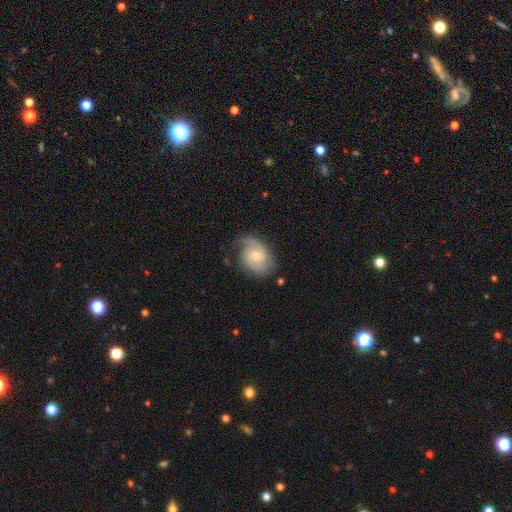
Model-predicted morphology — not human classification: Smooth or featured: featured or disk — 68% (smooth — 25%)
Edge-on disk: no — 96% (yes — 4%)
Bar: no — 70% (weak — 26%)
Spiral arms: yes — 89% (no — 11%)
Spiral winding: medium — 40% (tight — 36%)
Spiral arm count: 2 — 56% (1 — 23%)
Bulge size: moderate — 56% (small — 40%)
Merging: none — 59% (minor disturbance — 27%)